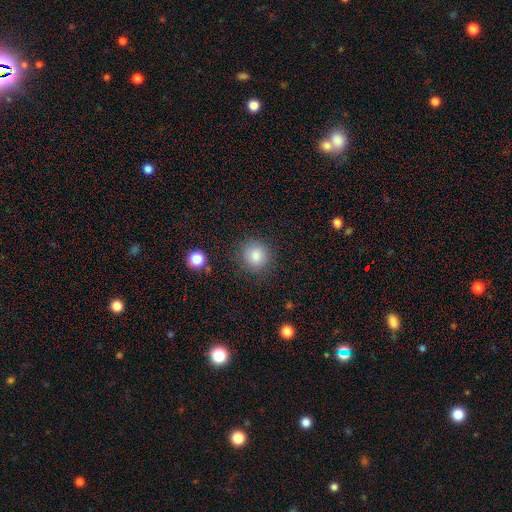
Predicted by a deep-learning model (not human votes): smooth-or-featured: smooth: 82% | star or artifact: 10% | featured or disk: 7%
  how-rounded: round: 91% | in between: 8% | cigar-shaped: 1%
  merging: none: 86% | minor disturbance: 9% | major disturbance: 3% | merger: 2%